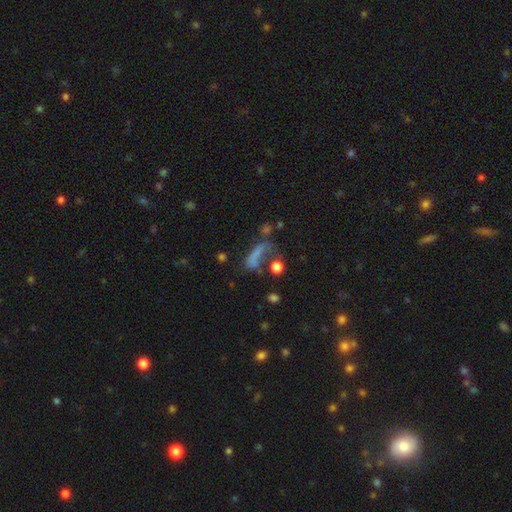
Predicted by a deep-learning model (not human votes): Overall: smooth (54%; featured or disk 25%). How rounded: in between (44%; cigar-shaped 40%). Merging: major disturbance (34%; none 32%).